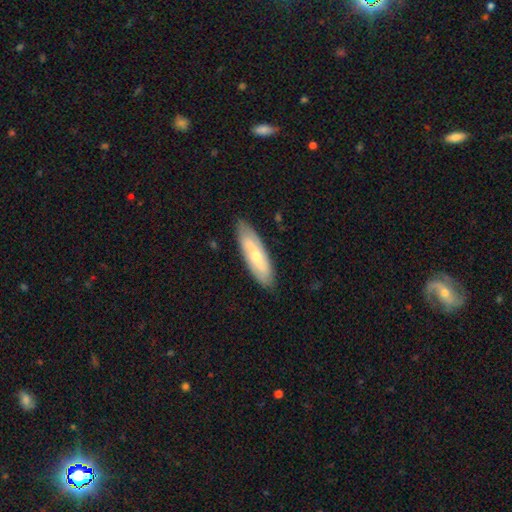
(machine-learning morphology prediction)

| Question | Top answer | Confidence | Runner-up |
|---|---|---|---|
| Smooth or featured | featured or disk | 56% | smooth (39%) |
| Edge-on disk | no | 71% | yes (29%) |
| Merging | none | 85% | minor disturbance (11%) |